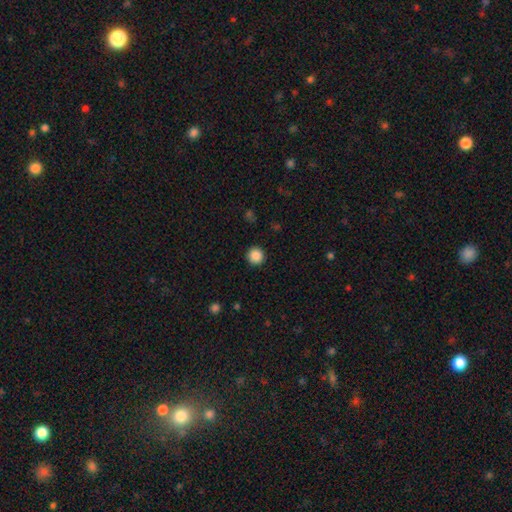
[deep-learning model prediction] Smooth or featured: smooth — 88% (star or artifact — 10%)
How rounded: round — 95% (in between — 4%)
Merging: none — 92% (minor disturbance — 5%)